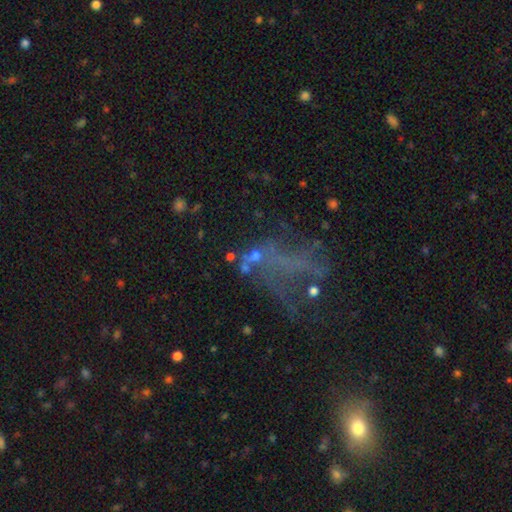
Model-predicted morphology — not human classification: smooth_or_featured: featured or disk (p=0.41) [alt: star or artifact p=0.35]
merging: none (p=0.39) [alt: major disturbance p=0.37]